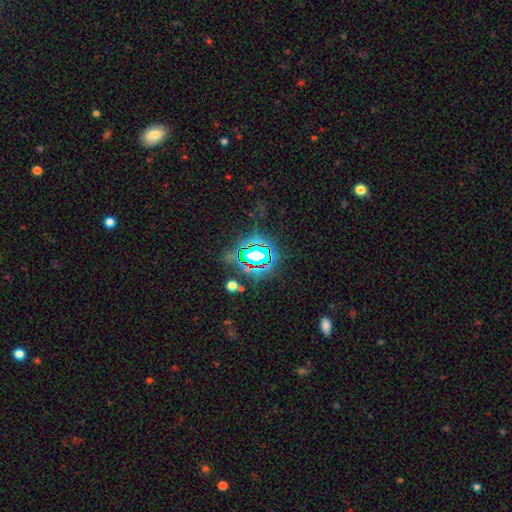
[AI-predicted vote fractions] Morphology: type=star or artifact (71%).